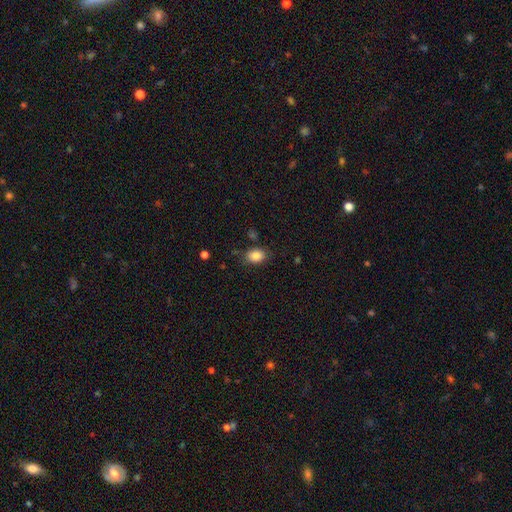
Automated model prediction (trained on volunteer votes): Smooth or featured? Predicted: smooth (p=0.86). How rounded? Predicted: in between (p=0.72). Merging? Predicted: none (p=0.80).